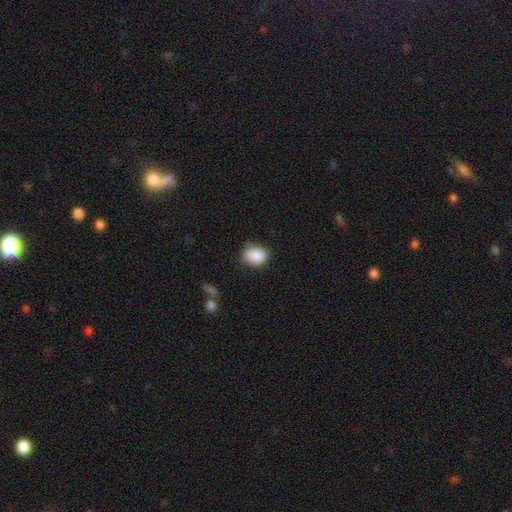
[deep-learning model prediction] This is clearly a smooth galaxy (88%). How rounded: possibly in between (51%). Merging: likely none (66%).